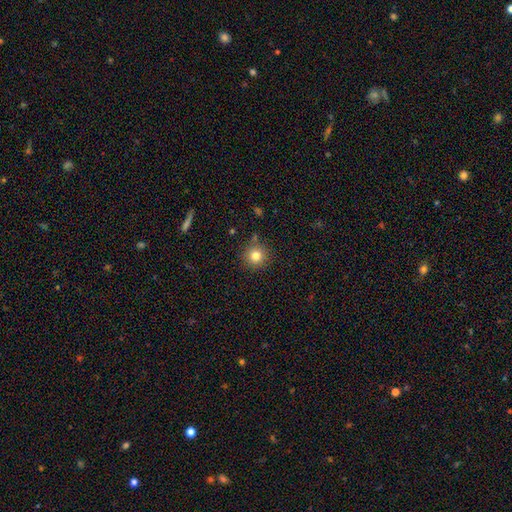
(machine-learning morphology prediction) Q: Smooth or featured?
A: smooth (80%); runner-up: star or artifact (12%)
Q: How rounded?
A: round (95%); runner-up: in between (5%)
Q: Merging?
A: none (86%); runner-up: minor disturbance (8%)